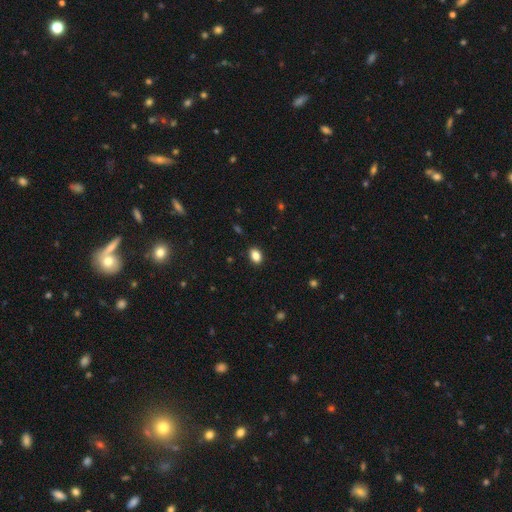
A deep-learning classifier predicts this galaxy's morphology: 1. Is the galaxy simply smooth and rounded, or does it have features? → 86% smooth, 9% star or artifact, 5% featured or disk.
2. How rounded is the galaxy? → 82% in between, 17% round, 1% cigar-shaped.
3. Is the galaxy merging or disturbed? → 89% none, 8% minor disturbance, 2% major disturbance, 1% merger.